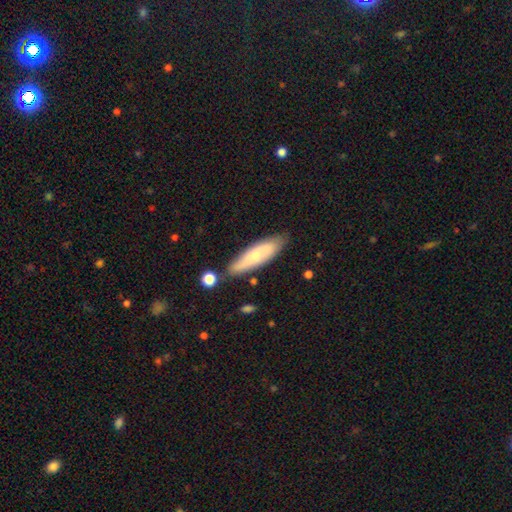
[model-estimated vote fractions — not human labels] Morphology: type=smooth (62%); roundness=cigar-shaped (58%); merging=none (76%).